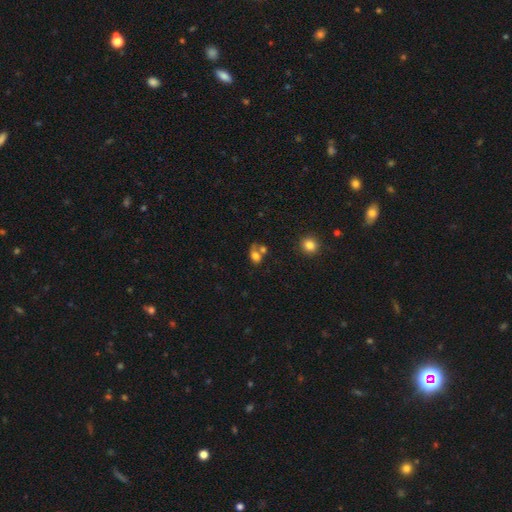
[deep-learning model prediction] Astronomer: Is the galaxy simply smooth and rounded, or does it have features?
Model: smooth — 72%.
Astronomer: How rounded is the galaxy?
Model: in between — 71%.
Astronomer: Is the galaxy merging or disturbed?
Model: merger — 47% (runner-up: none, 29%).